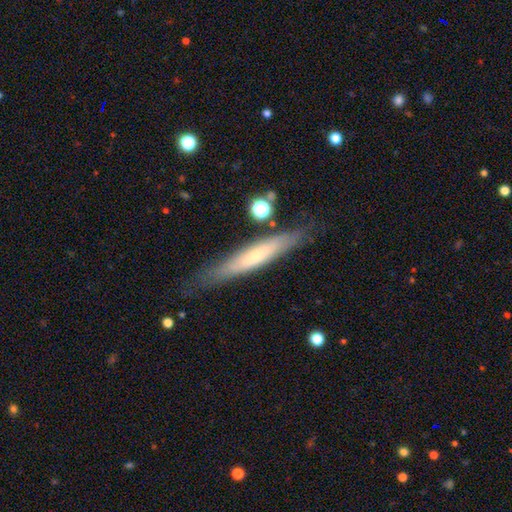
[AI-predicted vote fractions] Smooth or featured? featured or disk (48%)
Merging? none (81%)